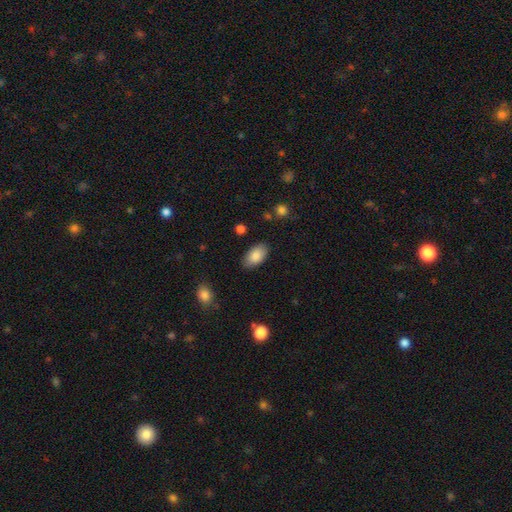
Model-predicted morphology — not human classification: Smooth or featured: smooth — 85% (featured or disk — 8%)
How rounded: in between — 94% (round — 4%)
Merging: none — 83% (minor disturbance — 13%)